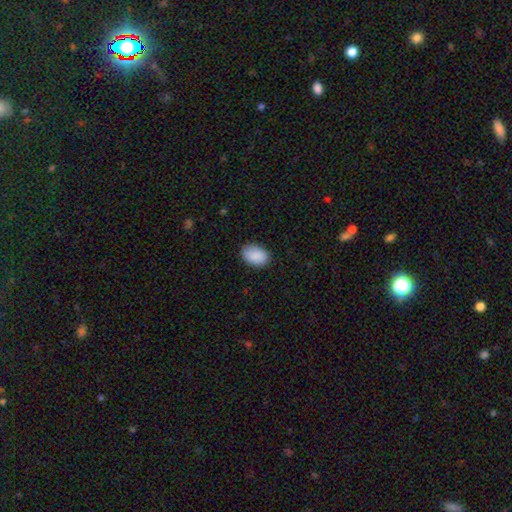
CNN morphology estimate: Smooth or featured? Predicted: smooth (p=0.90). How rounded? Predicted: in between (p=0.85). Merging? Predicted: none (p=0.87).